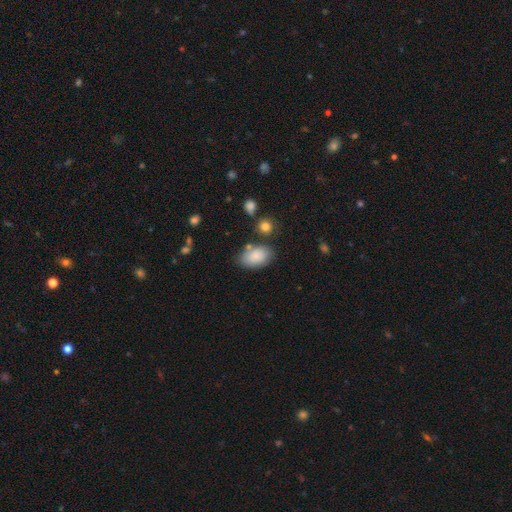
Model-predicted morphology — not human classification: Overall: smooth (87%). How rounded: in between (91%). Merging: none (72%).